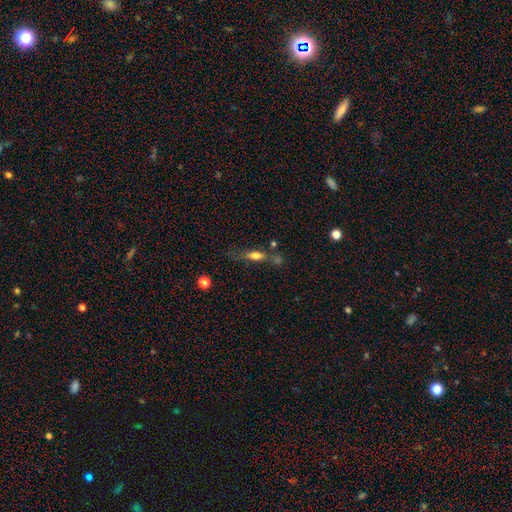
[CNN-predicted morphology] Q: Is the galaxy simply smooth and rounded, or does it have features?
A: smooth — 60%.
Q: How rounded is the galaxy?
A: cigar-shaped — 48%.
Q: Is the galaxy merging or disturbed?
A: none — 49%.